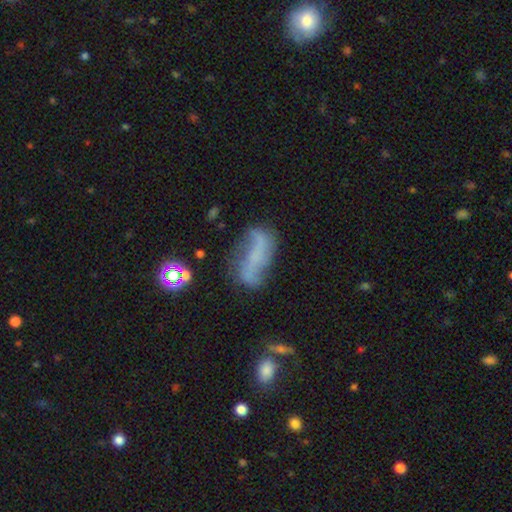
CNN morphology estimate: The model was most divided on "bar": no: 50%, weak: 26%, strong: 24%. More confident: edge-on disk — no (91%); spiral arms — yes (76%); bulge size — none (71%); smooth or featured — featured or disk (60%); merging — none (54%).